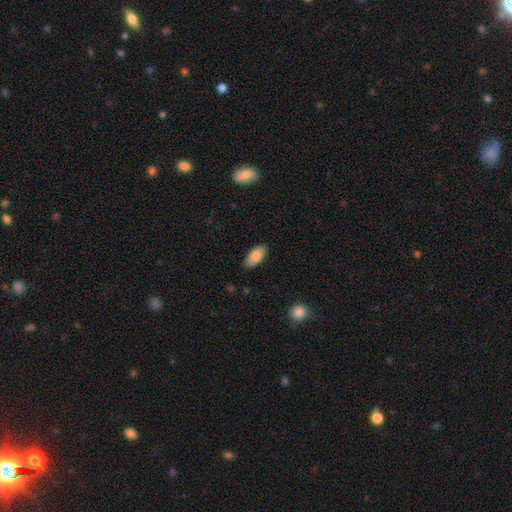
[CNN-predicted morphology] Smooth or featured? Predicted: smooth (p=0.85). How rounded? Predicted: in between (p=0.92). Merging? Predicted: none (p=0.87).